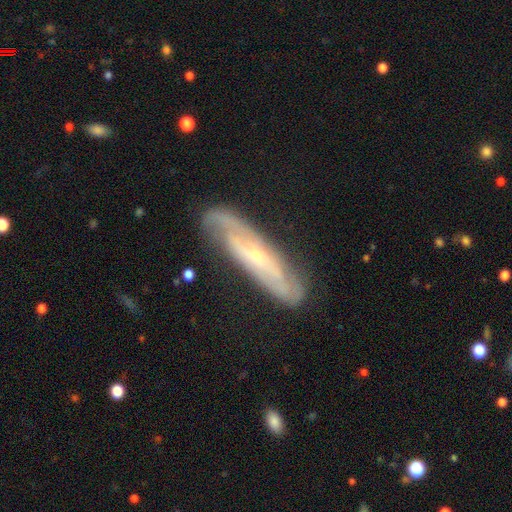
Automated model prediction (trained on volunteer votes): featured or disk 80%, smooth 14%, star or artifact 6%. Down the decision tree: edge-on disk — no (70%); bar — no (59%); spiral arms — yes (89%); spiral arm count — 2 (56%); spiral winding — tight (46%); bulge size — small (74%); merging — none (76%).